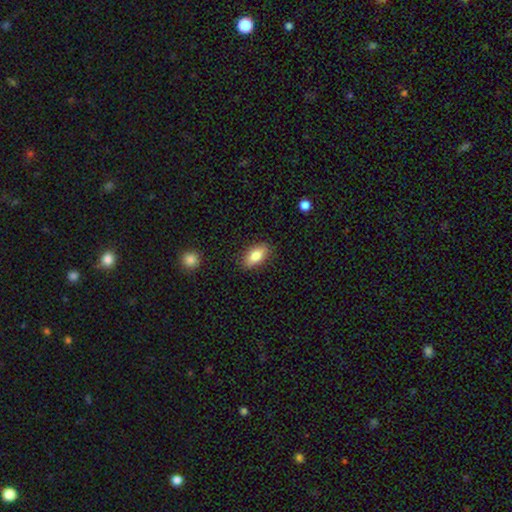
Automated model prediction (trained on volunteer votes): Smooth or featured? Predicted: smooth (p=0.81). How rounded? Predicted: in between (p=0.88). Merging? Predicted: none (p=0.86).